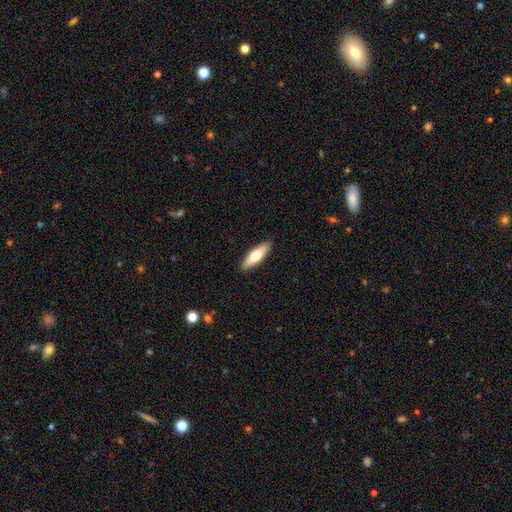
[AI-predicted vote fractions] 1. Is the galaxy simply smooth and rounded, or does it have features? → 61% smooth, 34% featured or disk, 5% star or artifact.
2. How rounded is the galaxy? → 56% cigar-shaped, 43% in between, 2% round.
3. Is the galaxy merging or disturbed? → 90% none, 7% minor disturbance, 2% major disturbance, 1% merger.